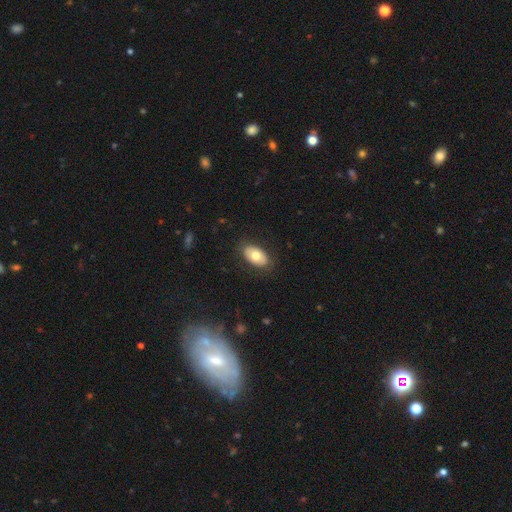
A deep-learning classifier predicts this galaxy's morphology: Smooth or featured?
  - smooth: 71% *
  - featured or disk: 22%
  - star or artifact: 6%
How rounded?
  - in between: 93% *
  - round: 6%
  - cigar-shaped: 1%
Merging?
  - none: 85% *
  - minor disturbance: 11%
  - major disturbance: 3%
  - merger: 1%